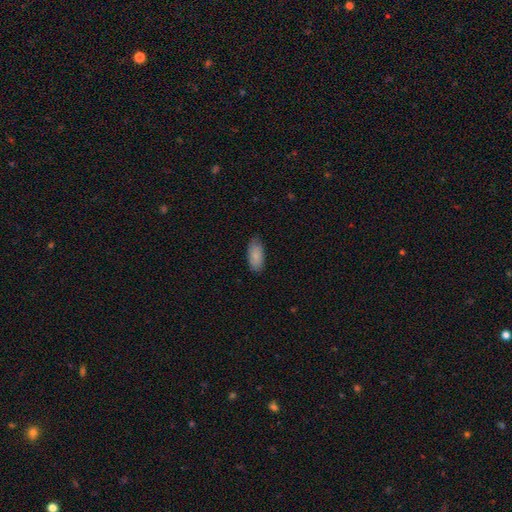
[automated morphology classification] Smooth or featured?
  - smooth: 87% *
  - featured or disk: 7%
  - star or artifact: 6%
How rounded?
  - in between: 89% *
  - cigar-shaped: 9%
  - round: 2%
Merging?
  - none: 81% *
  - minor disturbance: 15%
  - major disturbance: 2%
  - merger: 1%